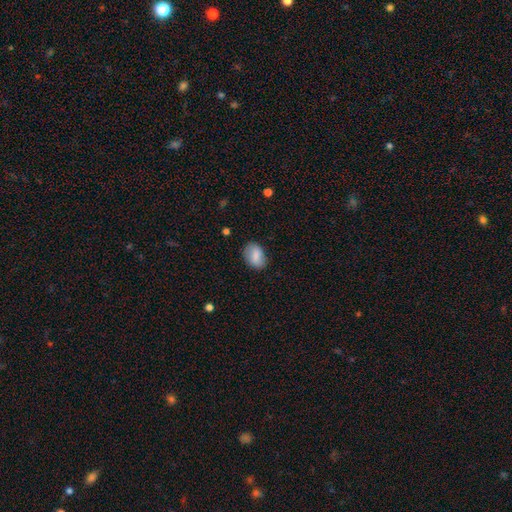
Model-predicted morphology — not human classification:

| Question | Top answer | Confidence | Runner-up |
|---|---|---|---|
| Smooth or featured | smooth | 81% | featured or disk (12%) |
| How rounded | in between | 81% | round (18%) |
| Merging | none | 79% | minor disturbance (16%) |